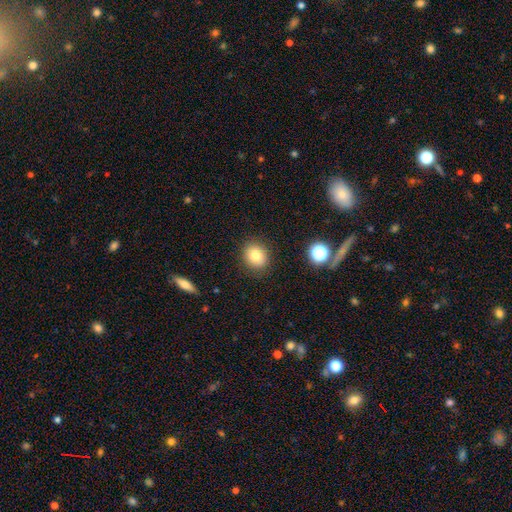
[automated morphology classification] A smooth galaxy with no disk features (80%) that is round (74%). Merging: none (88%).